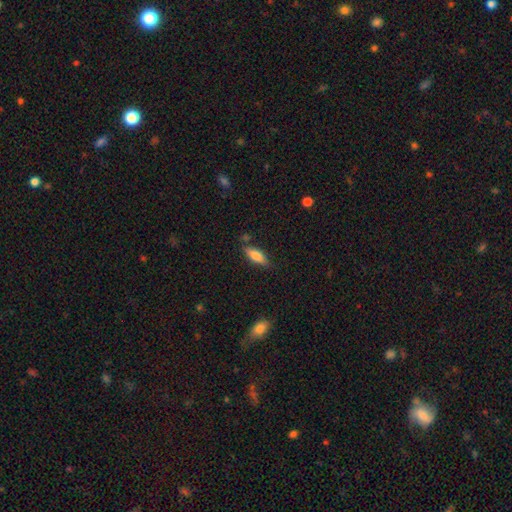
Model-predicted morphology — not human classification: Smooth or featured? Predicted: smooth (p=0.71). How rounded? Predicted: in between (p=0.58). Merging? Predicted: none (p=0.78).